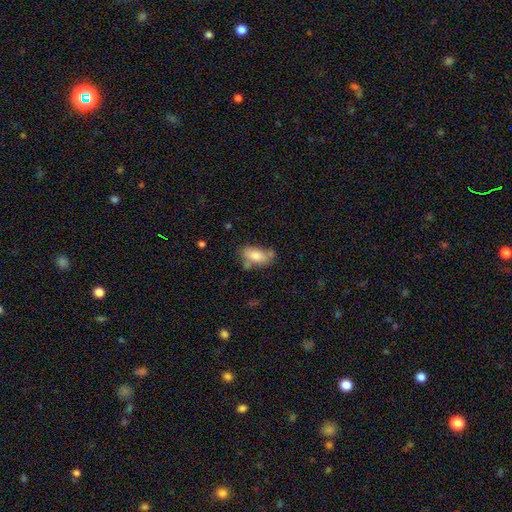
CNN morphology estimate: Q: Smooth or featured?
A: smooth (75%); runner-up: featured or disk (17%)
Q: How rounded?
A: in between (88%); runner-up: cigar-shaped (9%)
Q: Merging?
A: none (52%); runner-up: minor disturbance (27%)